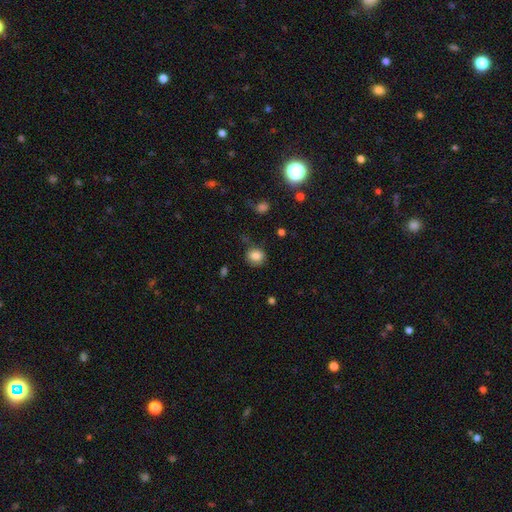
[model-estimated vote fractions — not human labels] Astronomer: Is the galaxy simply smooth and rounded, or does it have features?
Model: smooth — 83%.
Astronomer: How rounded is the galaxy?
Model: round — 76%.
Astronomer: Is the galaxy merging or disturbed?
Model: none — 71%.